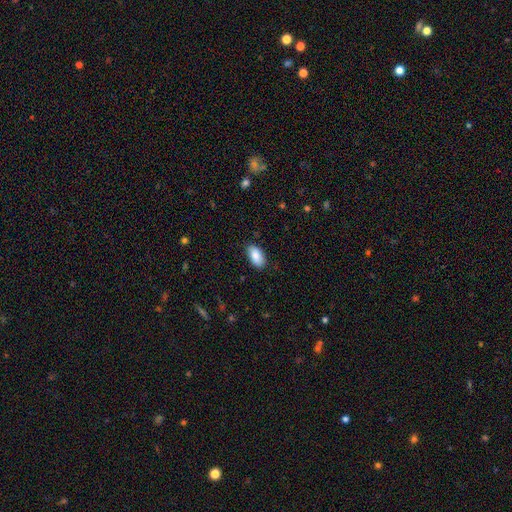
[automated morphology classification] A smooth galaxy with no disk features (87%) that is in between round and cigar-shaped (95%). Merging: none (85%).